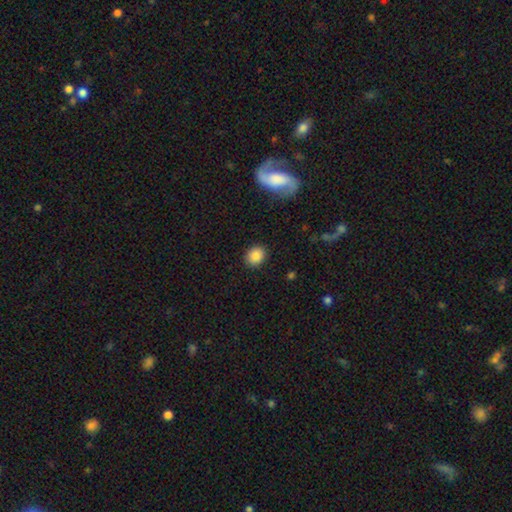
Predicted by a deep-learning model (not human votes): smooth_or_featured: smooth (p=0.87) [alt: star or artifact p=0.09]
how_rounded: round (p=0.62) [alt: in between p=0.37]
merging: none (p=0.89) [alt: minor disturbance p=0.08]